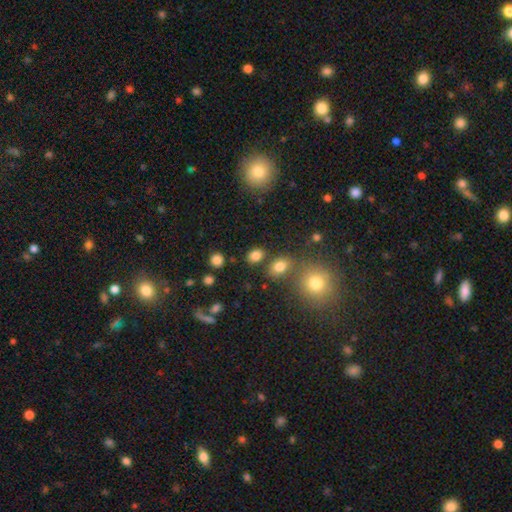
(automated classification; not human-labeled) Smooth or featured? smooth (80%)
How rounded? in between (59%)
Merging? none (75%)